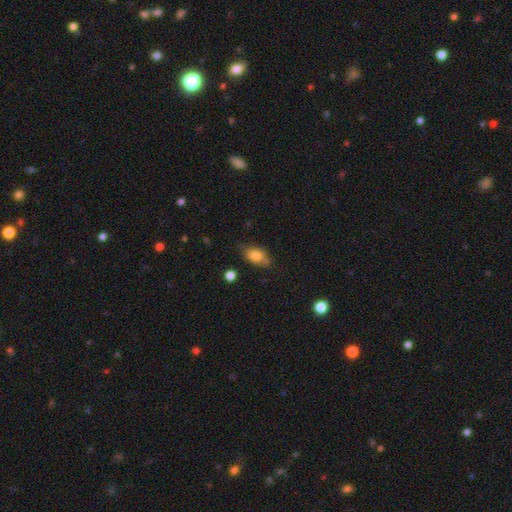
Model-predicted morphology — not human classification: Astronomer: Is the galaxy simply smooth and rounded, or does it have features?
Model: smooth — 79%.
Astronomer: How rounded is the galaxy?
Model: in between — 86%.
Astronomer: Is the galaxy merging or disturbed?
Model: none — 64%.